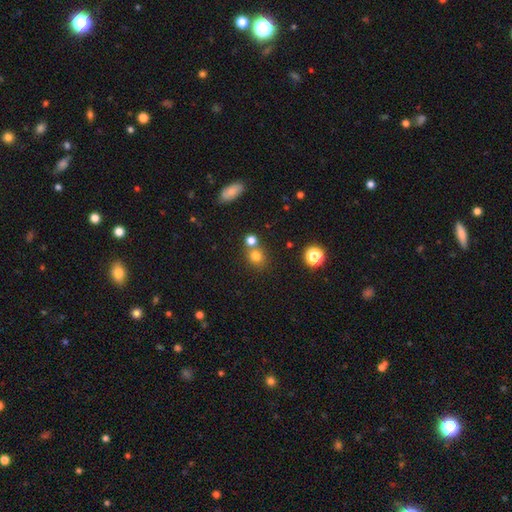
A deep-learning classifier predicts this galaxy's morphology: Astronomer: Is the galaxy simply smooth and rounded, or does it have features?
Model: smooth — 77%.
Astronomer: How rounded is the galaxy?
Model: round — 78%.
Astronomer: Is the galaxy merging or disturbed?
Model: none — 60%.